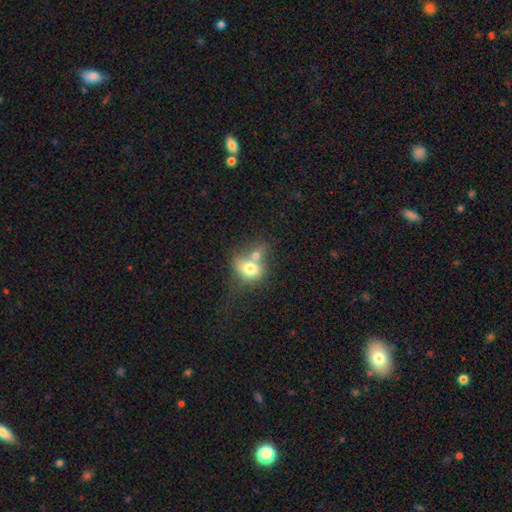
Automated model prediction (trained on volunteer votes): smooth 73%, featured or disk 18%, star or artifact 9%. Down the decision tree: how rounded — in between (52%); merging — merger (59%).